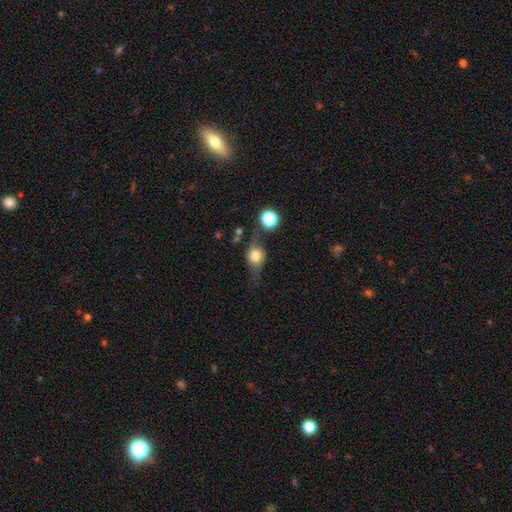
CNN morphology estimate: smooth_or_featured: smooth (p=0.48) [alt: featured or disk p=0.41]
merging: none (p=0.57) [alt: minor disturbance p=0.23]